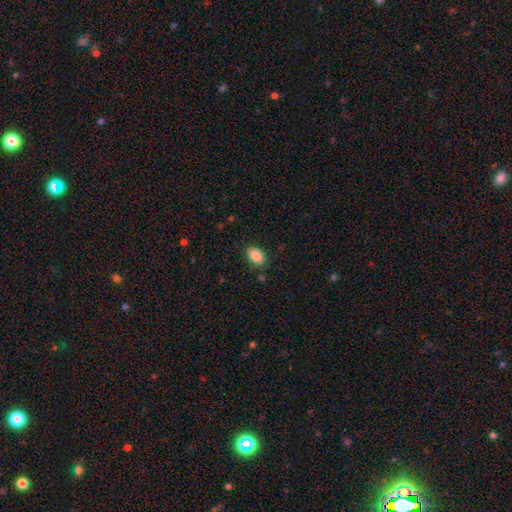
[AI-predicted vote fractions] This is clearly a smooth galaxy (87%). How rounded: clearly in between (84%). Merging: clearly none (85%).